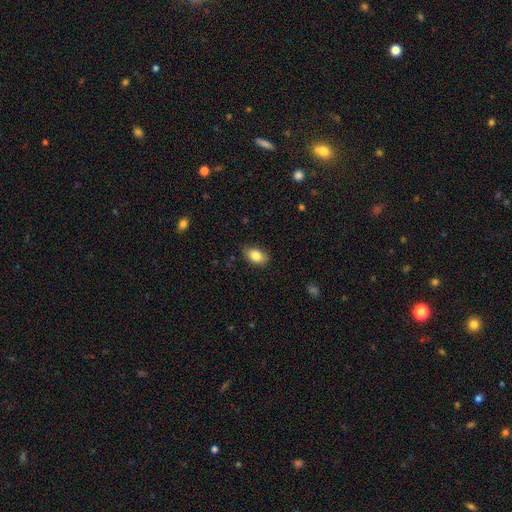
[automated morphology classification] smooth 84%, featured or disk 8%, star or artifact 8%. Down the decision tree: how rounded — in between (88%); merging — none (82%).